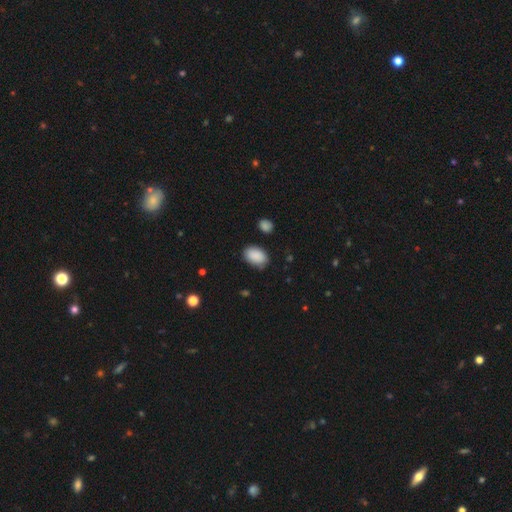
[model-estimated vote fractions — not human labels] smooth 89%, star or artifact 7%, featured or disk 4%. Down the decision tree: how rounded — in between (87%); merging — none (78%).